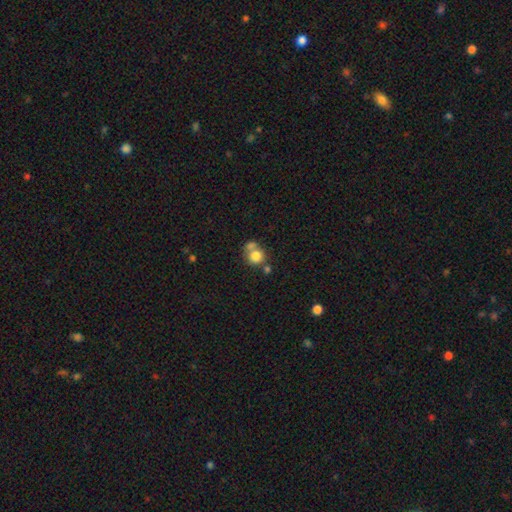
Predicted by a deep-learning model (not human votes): This appears to be a smooth galaxy with no disk features (78%) that is round (85%). Merging: none (44%).